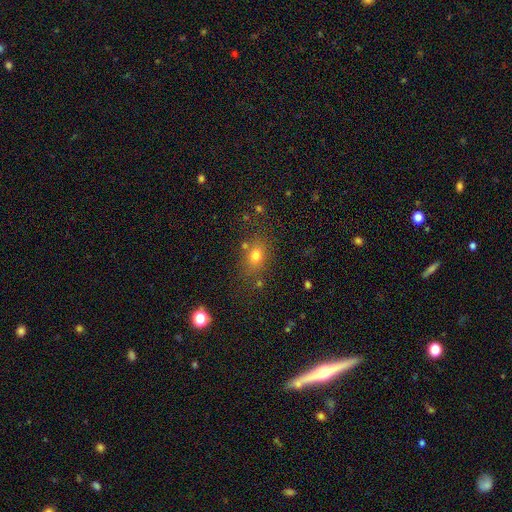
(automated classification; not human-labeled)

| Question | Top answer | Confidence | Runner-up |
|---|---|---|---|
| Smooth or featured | smooth | 75% | star or artifact (15%) |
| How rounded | in between | 63% | round (35%) |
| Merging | none | 74% | minor disturbance (14%) |